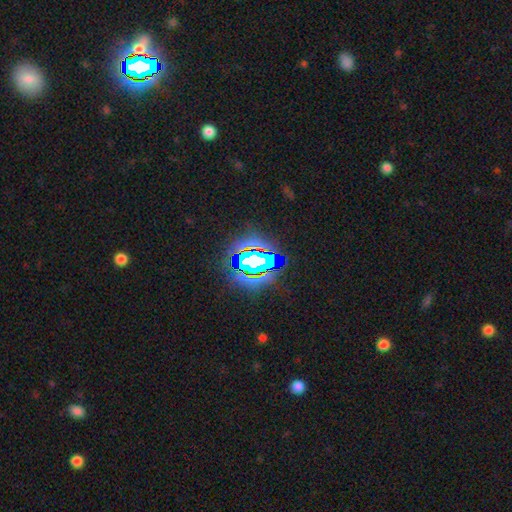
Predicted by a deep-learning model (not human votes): smooth_or_featured: star or artifact (p=0.74) [alt: smooth p=0.14]